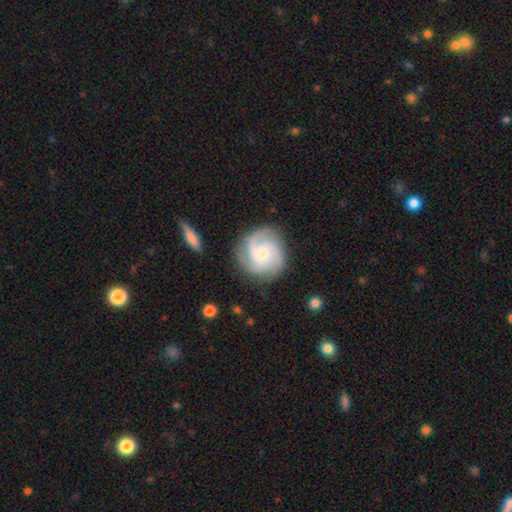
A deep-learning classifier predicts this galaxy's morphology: smooth-or-featured: featured or disk: 80% | smooth: 14% | star or artifact: 6%
  disk-edge-on: no: 98% | yes: 2%
    bar: no: 72% | weak: 25% | strong: 3%
    has-spiral-arms: yes: 97% | no: 3%
      spiral-winding: tight: 46% | medium: 42% | loose: 12%
      spiral-arm-count: 3: 54% | 4: 16% | can't tell: 11% | 2: 10% | 1: 4% | more than 4: 4%
    bulge-size: small: 67% | moderate: 28% | none: 2% | large: 2% | dominant: 1%
  merging: none: 79% | minor disturbance: 14% | major disturbance: 5% | merger: 2%